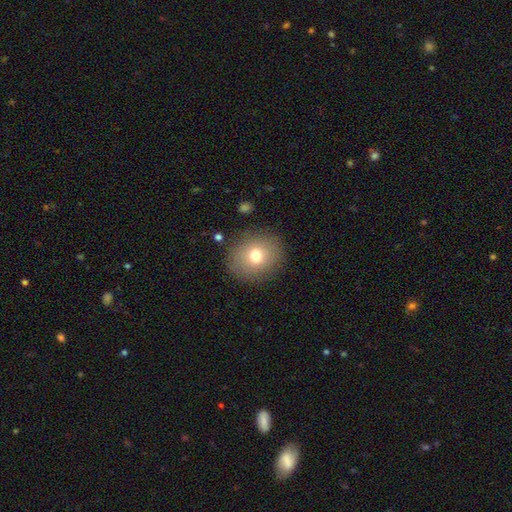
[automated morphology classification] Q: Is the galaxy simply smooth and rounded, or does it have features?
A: smooth — 73%.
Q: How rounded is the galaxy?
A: round — 77%.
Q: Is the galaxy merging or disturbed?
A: none — 86%.